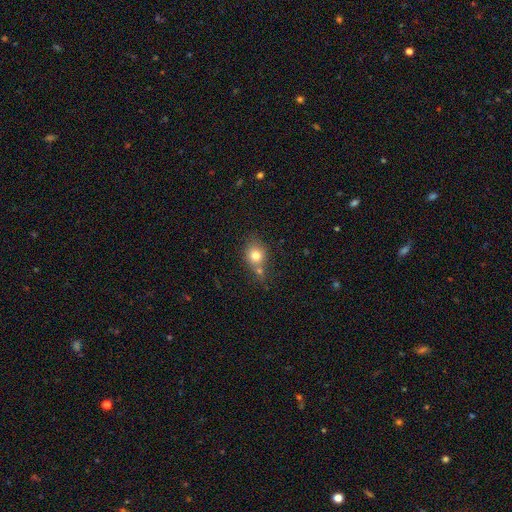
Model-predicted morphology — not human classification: smooth 78%, featured or disk 11%, star or artifact 11%. Down the decision tree: how rounded — round (67%); merging — none (51%).